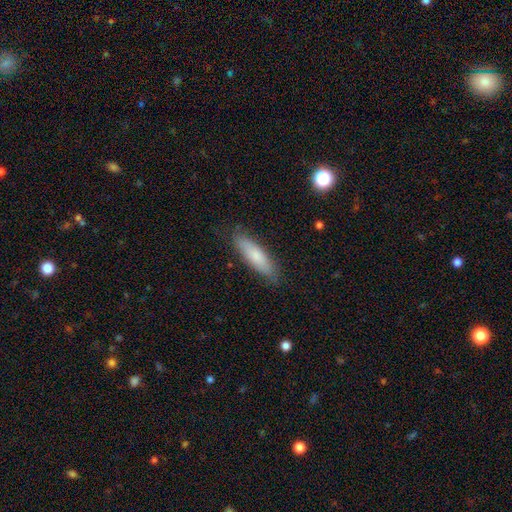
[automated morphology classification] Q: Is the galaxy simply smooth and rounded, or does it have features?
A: smooth — 77%.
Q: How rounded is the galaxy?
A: cigar-shaped — 58%.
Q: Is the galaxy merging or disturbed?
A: none — 83%.